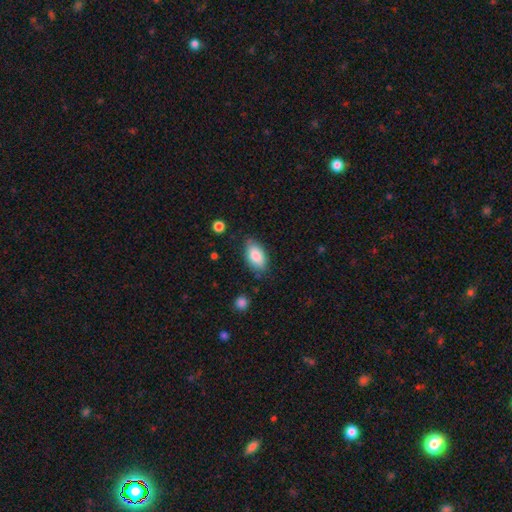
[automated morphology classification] Smooth or featured?
  - smooth: 84% *
  - featured or disk: 9%
  - star or artifact: 7%
How rounded?
  - in between: 92% *
  - cigar-shaped: 4%
  - round: 4%
Merging?
  - none: 75% *
  - minor disturbance: 20%
  - major disturbance: 4%
  - merger: 2%